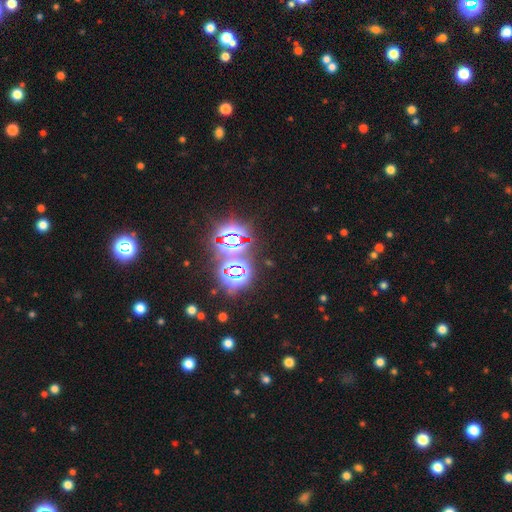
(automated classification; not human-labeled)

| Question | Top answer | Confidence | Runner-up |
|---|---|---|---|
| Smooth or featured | star or artifact | 76% | smooth (17%) |